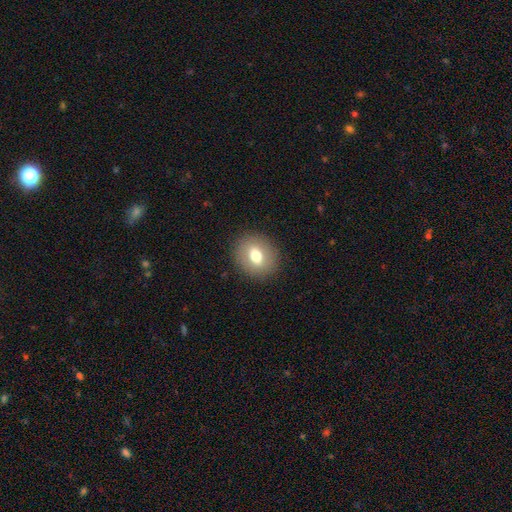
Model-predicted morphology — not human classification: type=smooth (71%); roundness=round (62%); merging=none (88%).